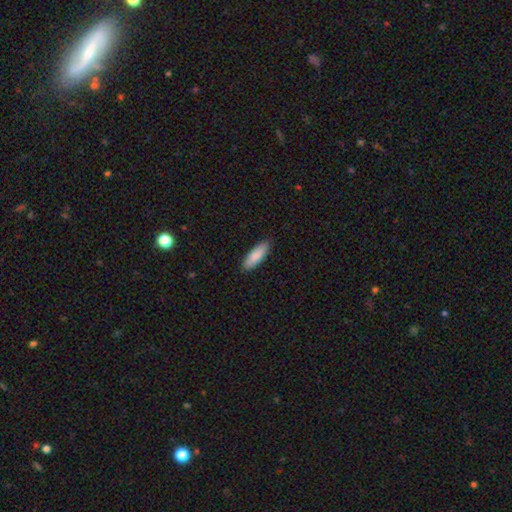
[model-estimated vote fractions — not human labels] The model was most divided on "how rounded": in between: 57%, cigar-shaped: 42%, round: 1%. More confident: merging — none (88%); smooth or featured — smooth (86%).